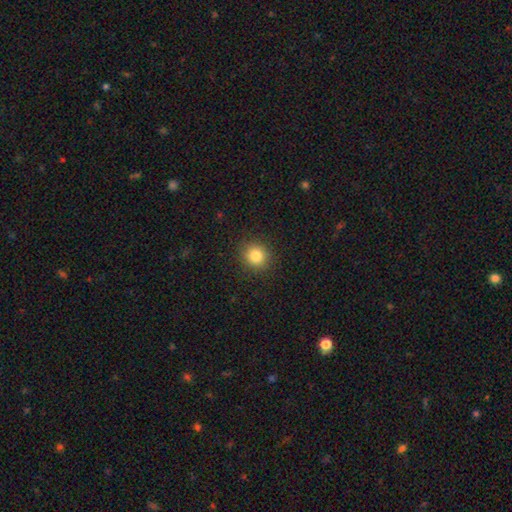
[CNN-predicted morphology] Q: Smooth or featured?
A: smooth (82%); runner-up: star or artifact (12%)
Q: How rounded?
A: round (86%); runner-up: in between (13%)
Q: Merging?
A: none (90%); runner-up: minor disturbance (7%)